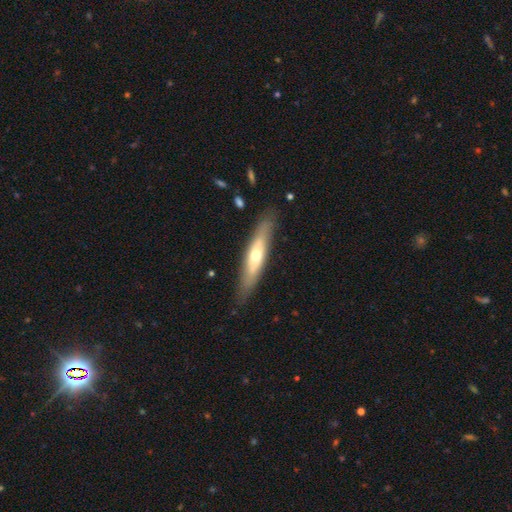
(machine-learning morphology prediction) A featured or disk galaxy (49%).

Vote fractions:
- Smooth or featured? featured or disk: 49% / smooth: 46% / star or artifact: 5%
- Merging? none: 83% / minor disturbance: 12% / major disturbance: 3% / merger: 2%